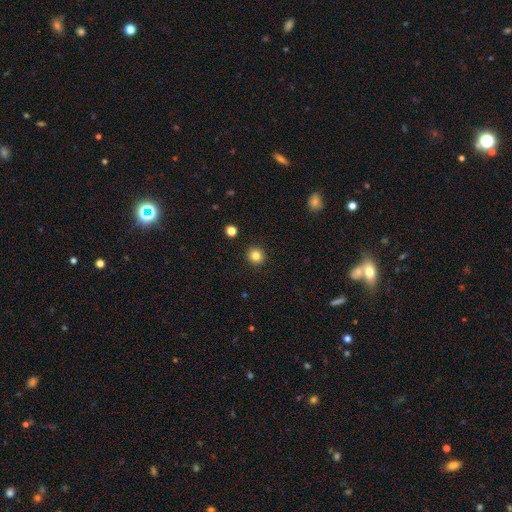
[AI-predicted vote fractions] A smooth galaxy with no disk features (83%) that is round (94%). Merging: none (93%).